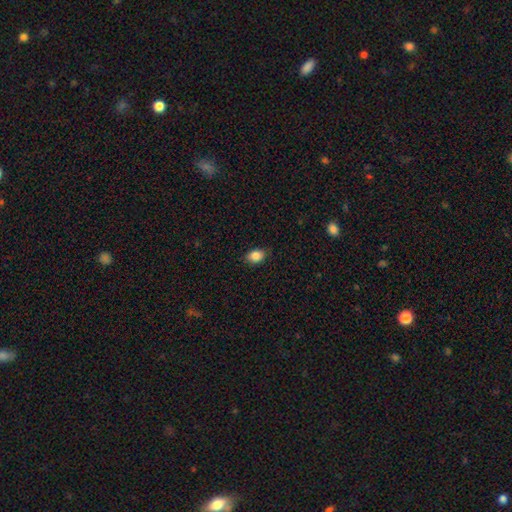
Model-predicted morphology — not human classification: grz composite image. It shows a smooth galaxy with no disk features (86%) that is in between round and cigar-shaped (75%). Merging: none (84%).